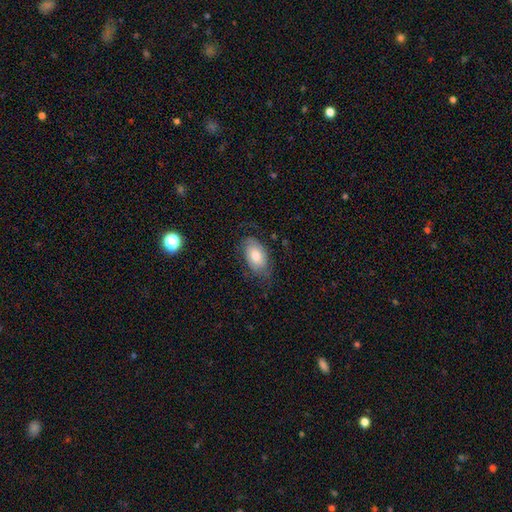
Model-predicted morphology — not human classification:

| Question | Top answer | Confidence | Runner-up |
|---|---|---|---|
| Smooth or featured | smooth | 51% | featured or disk (42%) |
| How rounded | in between | 91% | round (7%) |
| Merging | none | 65% | minor disturbance (22%) |